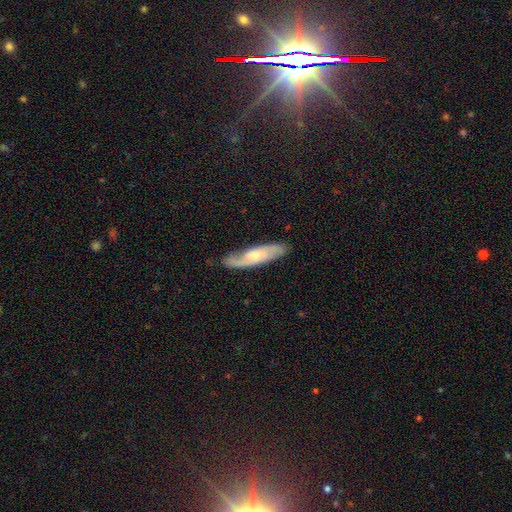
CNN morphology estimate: Smooth or featured? featured or disk (65%)
Edge-on disk? no (75%)
Merging? none (78%)